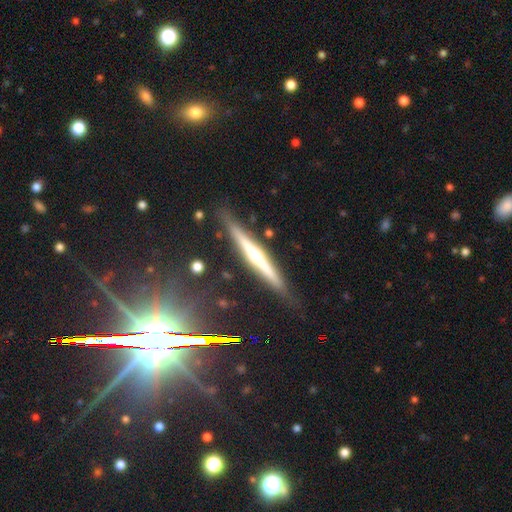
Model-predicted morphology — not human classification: A featured or disk galaxy (73%) viewed edge-on (97%) with a rounded central bulge (77%). Merging: none (85%).